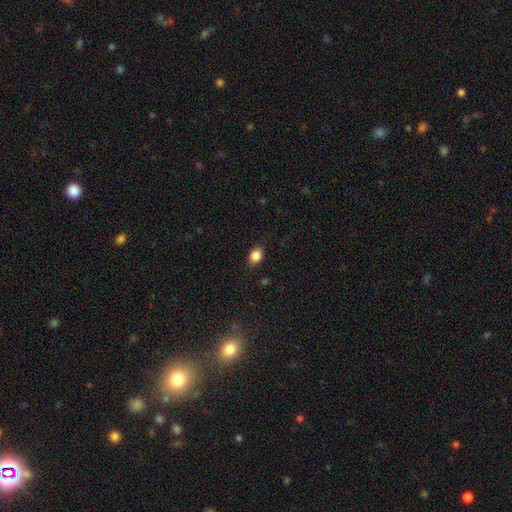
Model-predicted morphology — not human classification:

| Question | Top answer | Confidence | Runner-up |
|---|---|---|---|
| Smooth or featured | smooth | 86% | star or artifact (9%) |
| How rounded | in between | 72% | round (27%) |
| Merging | none | 83% | minor disturbance (13%) |